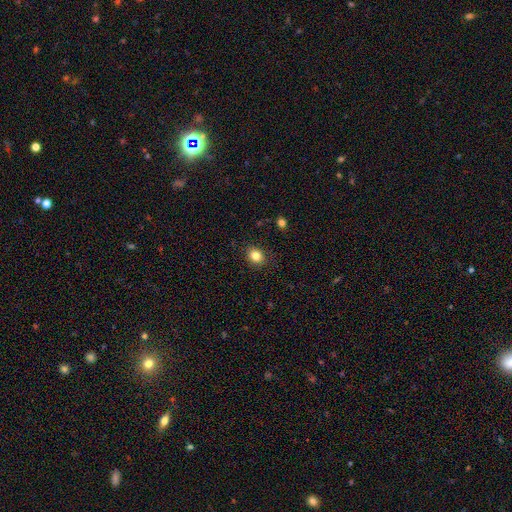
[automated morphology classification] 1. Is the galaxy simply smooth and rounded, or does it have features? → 83% smooth, 11% star or artifact, 6% featured or disk.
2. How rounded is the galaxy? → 54% round, 45% in between, 1% cigar-shaped.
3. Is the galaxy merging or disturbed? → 87% none, 9% minor disturbance, 2% major disturbance, 1% merger.